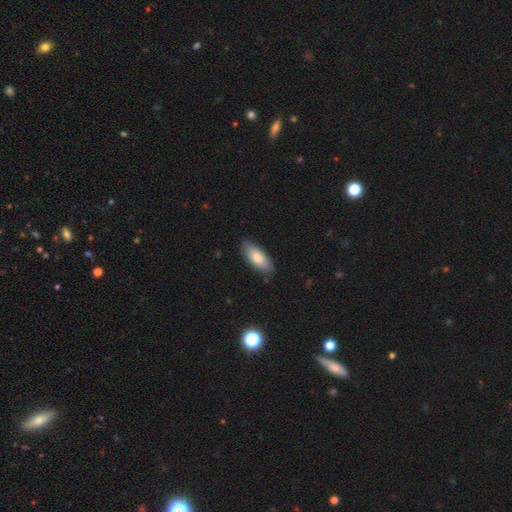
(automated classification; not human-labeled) A smooth galaxy with no disk features (79%) that is in between round and cigar-shaped (81%). Merging: none (85%).